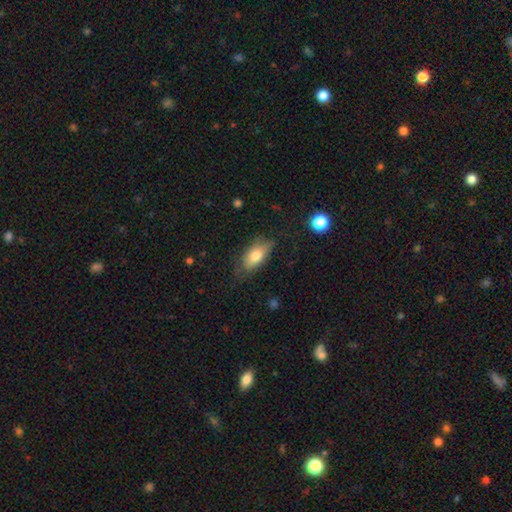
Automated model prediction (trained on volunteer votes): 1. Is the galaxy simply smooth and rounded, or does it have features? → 72% smooth, 20% featured or disk, 8% star or artifact.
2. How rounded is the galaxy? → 86% in between, 10% cigar-shaped, 4% round.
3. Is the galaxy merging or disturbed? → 65% none, 25% minor disturbance, 8% major disturbance, 2% merger.